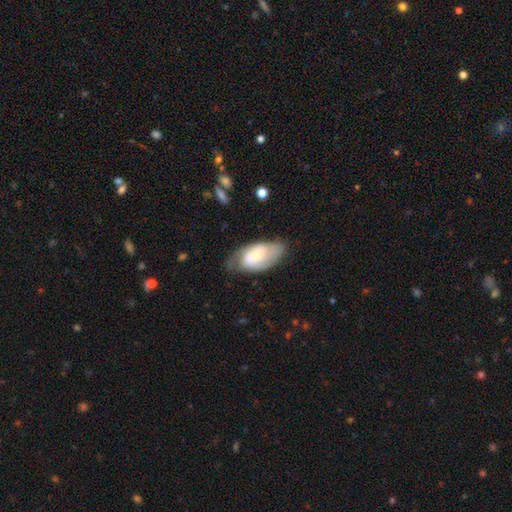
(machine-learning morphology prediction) Smooth or featured?
  - featured or disk: 62% *
  - smooth: 33%
  - star or artifact: 6%
Edge-on disk?
  - no: 93% *
  - yes: 7%
Bar?
  - no: 71% *
  - weak: 24%
  - strong: 5%
Spiral arms?
  - yes: 77% *
  - no: 23%
Bulge size?
  - small: 53% *
  - moderate: 40%
  - large: 4%
  - none: 2%
  - dominant: 1%
Merging?
  - none: 61% *
  - minor disturbance: 26%
  - major disturbance: 10%
  - merger: 2%